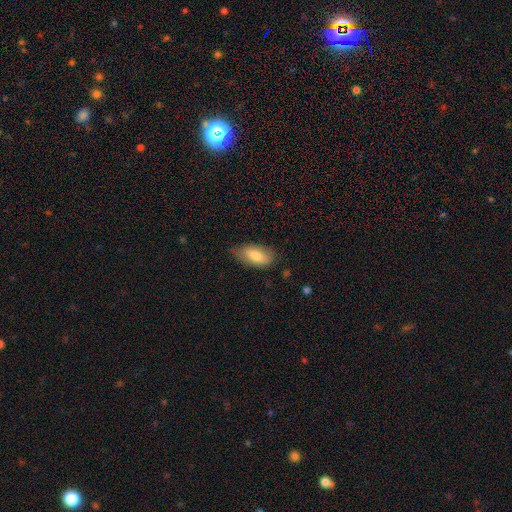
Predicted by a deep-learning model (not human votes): Smooth or featured? smooth (75%)
How rounded? in between (89%)
Merging? none (70%)